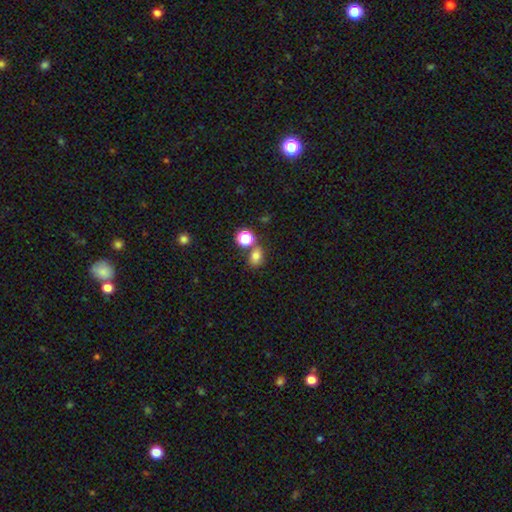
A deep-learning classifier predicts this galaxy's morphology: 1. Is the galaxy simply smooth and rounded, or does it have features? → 75% smooth, 18% star or artifact, 7% featured or disk.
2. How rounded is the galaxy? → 53% in between, 45% round, 1% cigar-shaped.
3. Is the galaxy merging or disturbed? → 66% none, 18% merger, 12% minor disturbance, 4% major disturbance.